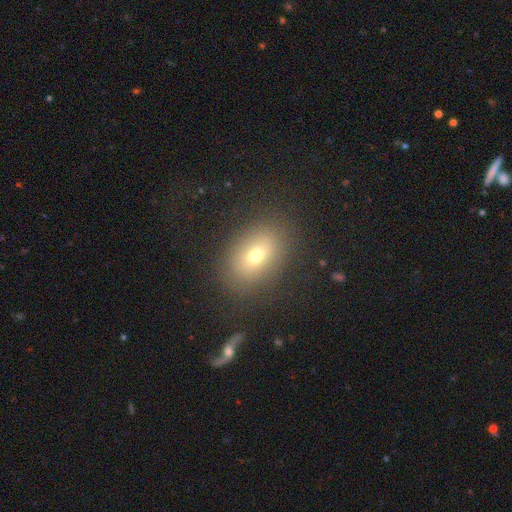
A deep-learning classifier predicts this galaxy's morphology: Smooth or featured? Predicted: smooth (p=0.69). How rounded? Predicted: in between (p=0.72). Merging? Predicted: none (p=0.83).